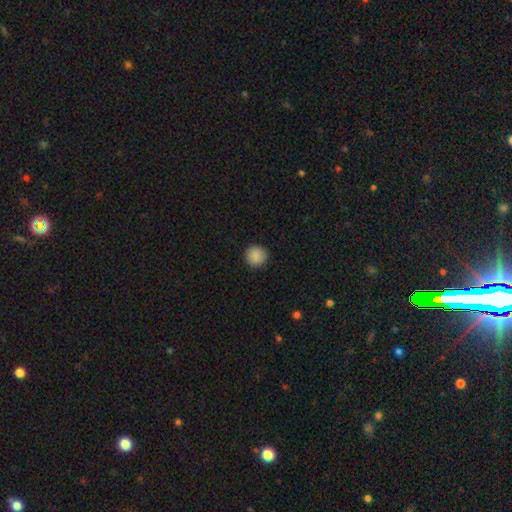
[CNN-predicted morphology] smooth 89%, star or artifact 8%, featured or disk 3%. Down the decision tree: how rounded — round (95%); merging — none (91%).